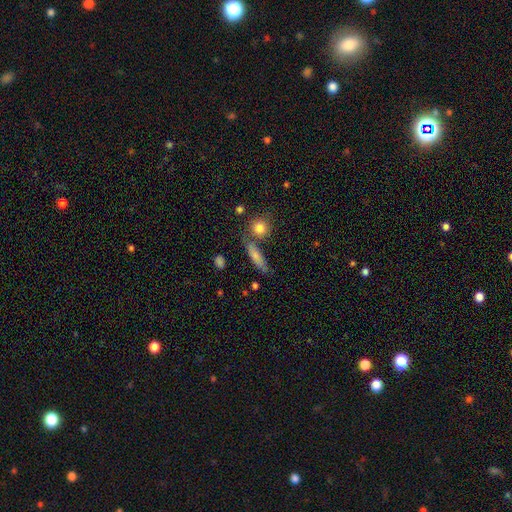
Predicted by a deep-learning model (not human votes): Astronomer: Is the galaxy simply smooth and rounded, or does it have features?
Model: smooth — 74%.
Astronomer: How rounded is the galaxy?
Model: cigar-shaped — 66%.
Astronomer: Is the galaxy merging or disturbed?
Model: none — 69%.